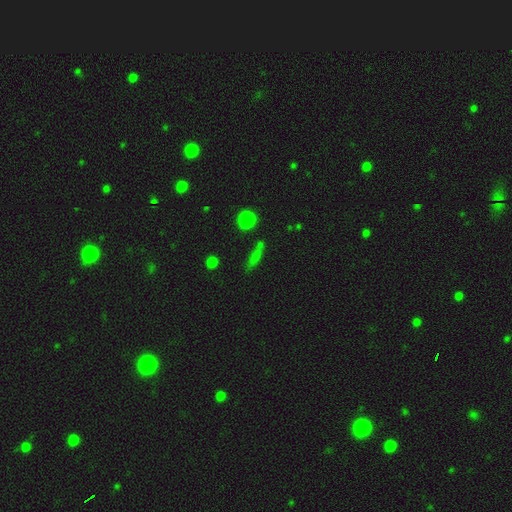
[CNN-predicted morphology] This appears to be a smooth galaxy with no disk features (66%) that is cigar-shaped (66%). Merging: none (72%).